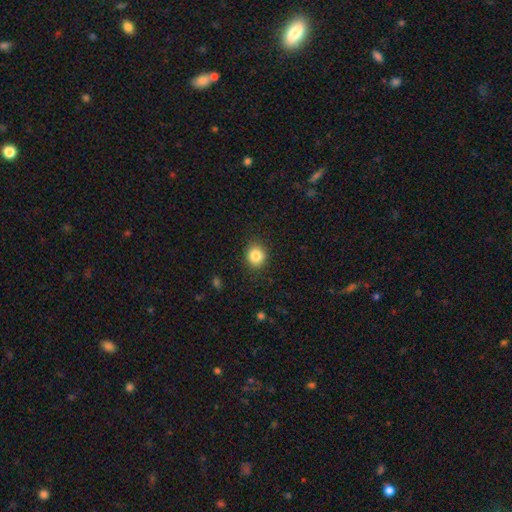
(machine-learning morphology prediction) This is clearly a smooth galaxy (84%). How rounded: clearly round (83%). Merging: clearly none (89%).